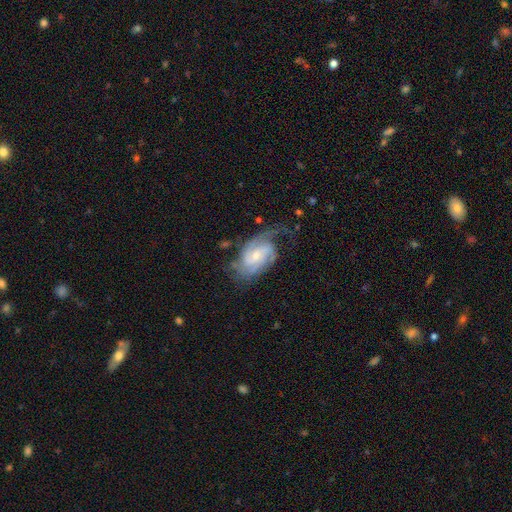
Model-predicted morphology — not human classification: type=featured or disk (87%); edge-on=no (97%); bar=weak (45%); spiral arms=yes (97%); winding=tight (47%); arm count=2 (40%); bulge=small (60%); merging=none (61%).